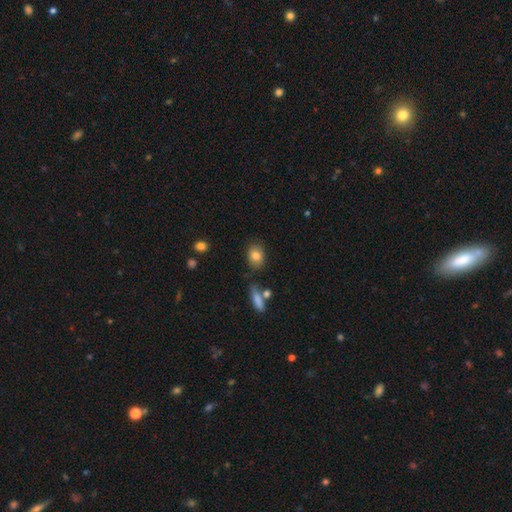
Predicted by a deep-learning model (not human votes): A smooth galaxy with no disk features (82%) that is in between round and cigar-shaped (59%).

Vote fractions:
- Smooth or featured? smooth: 82% / featured or disk: 9% / star or artifact: 9%
- How rounded? in between: 59% / round: 39% / cigar-shaped: 2%
- Merging? none: 77% / minor disturbance: 15% / merger: 5% / major disturbance: 4%